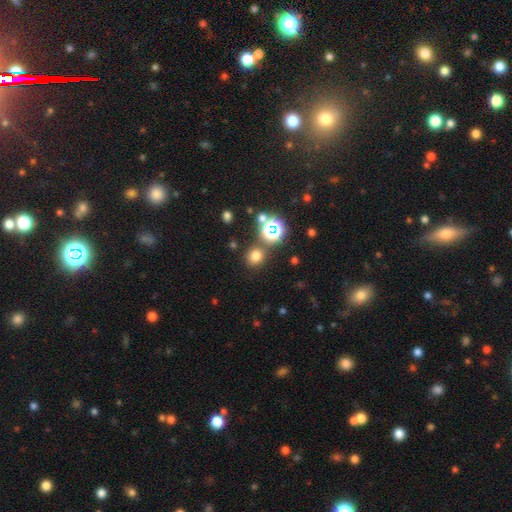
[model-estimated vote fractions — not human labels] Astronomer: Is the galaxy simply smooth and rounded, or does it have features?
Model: smooth — 70%.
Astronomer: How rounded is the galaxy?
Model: round — 84%.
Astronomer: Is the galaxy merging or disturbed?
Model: none — 81%.